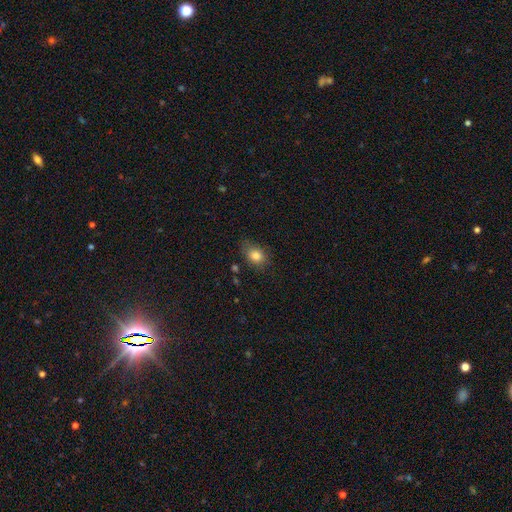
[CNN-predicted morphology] This appears to be a smooth galaxy with no disk features (82%) that is in between round and cigar-shaped (62%). Merging: none (72%).